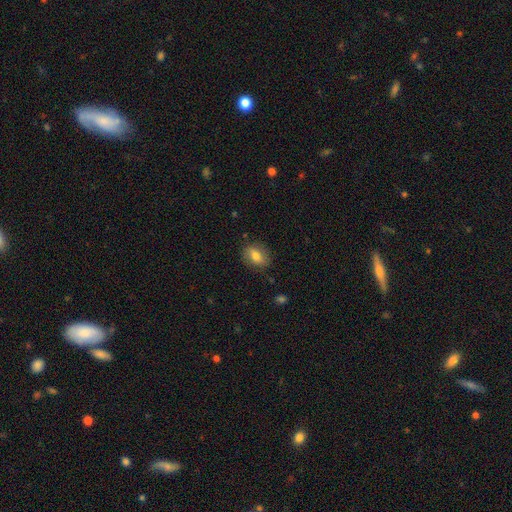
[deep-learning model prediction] Smooth or featured? Predicted: smooth (p=0.73). How rounded? Predicted: in between (p=0.68). Merging? Predicted: none (p=0.82).